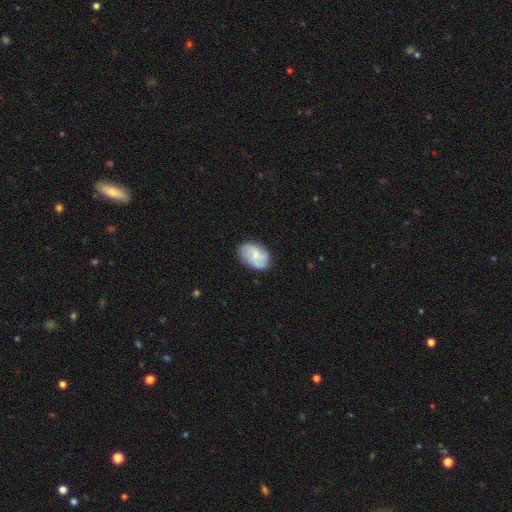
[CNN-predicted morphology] Smooth or featured: featured or disk — 51% (smooth — 42%)
Edge-on disk: no — 97% (yes — 3%)
Merging: none — 74% (minor disturbance — 19%)